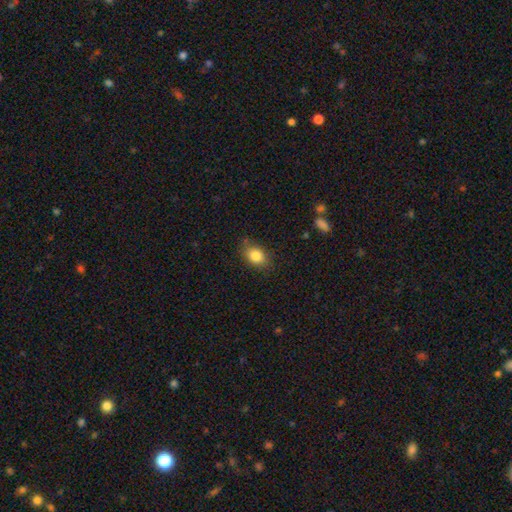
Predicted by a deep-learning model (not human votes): Smooth or featured? smooth (84%)
How rounded? in between (73%)
Merging? none (77%)